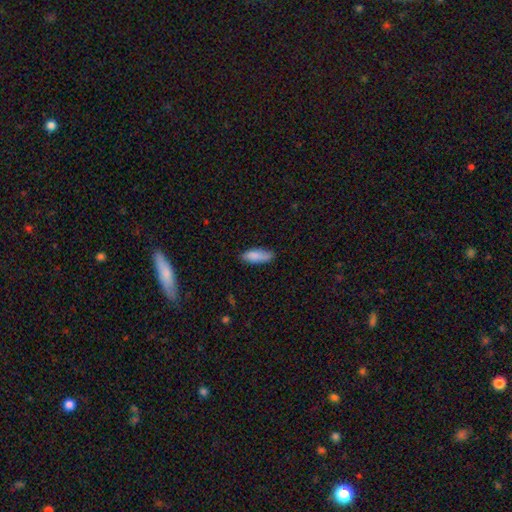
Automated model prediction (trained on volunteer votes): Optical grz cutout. It shows a smooth galaxy with no disk features (85%) that is in between round and cigar-shaped (69%). Merging: none (72%).